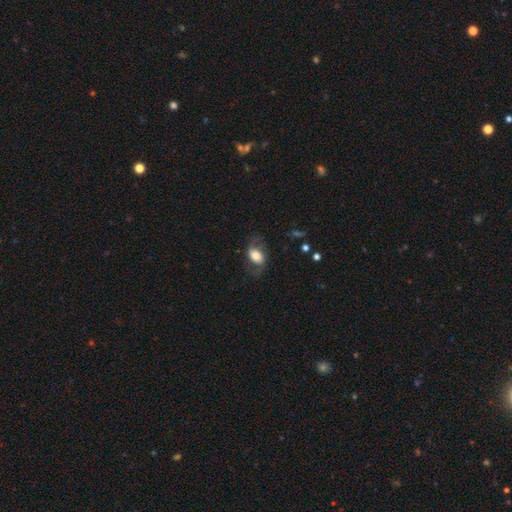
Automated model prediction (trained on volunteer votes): This appears to be a smooth galaxy with no disk features (51%) that is in between round and cigar-shaped (81%). Merging: none (63%).